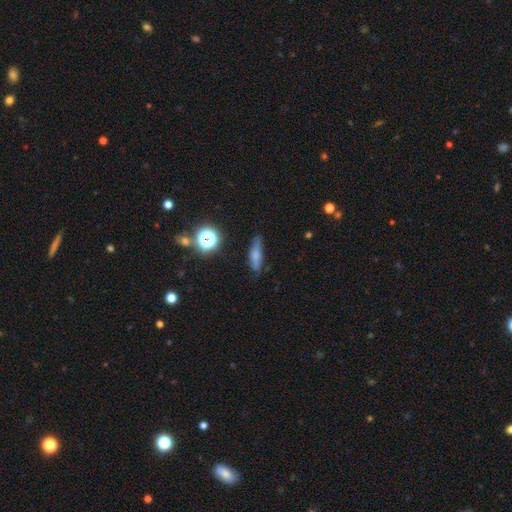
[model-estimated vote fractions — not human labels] A smooth galaxy with no disk features (66%) that is cigar-shaped (59%).

Vote fractions:
- Smooth or featured? smooth: 66% / featured or disk: 21% / star or artifact: 13%
- How rounded? cigar-shaped: 59% / in between: 35% / round: 6%
- Merging? none: 74% / minor disturbance: 19% / major disturbance: 5% / merger: 2%